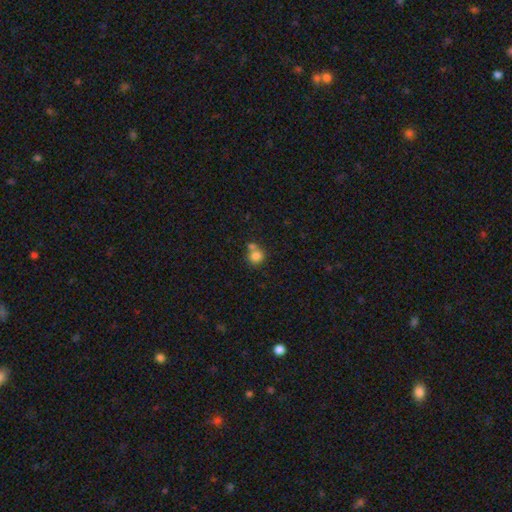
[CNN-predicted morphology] type=smooth (81%); roundness=round (82%); merging=none (48%).